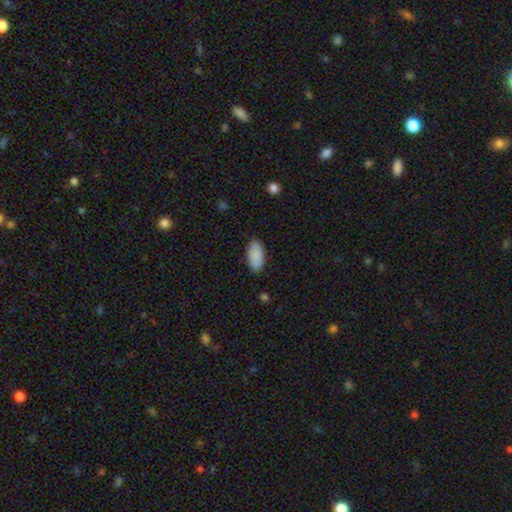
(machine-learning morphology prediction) Q: Smooth or featured?
A: smooth (89%); runner-up: star or artifact (6%)
Q: How rounded?
A: in between (93%); runner-up: cigar-shaped (4%)
Q: Merging?
A: none (85%); runner-up: minor disturbance (12%)